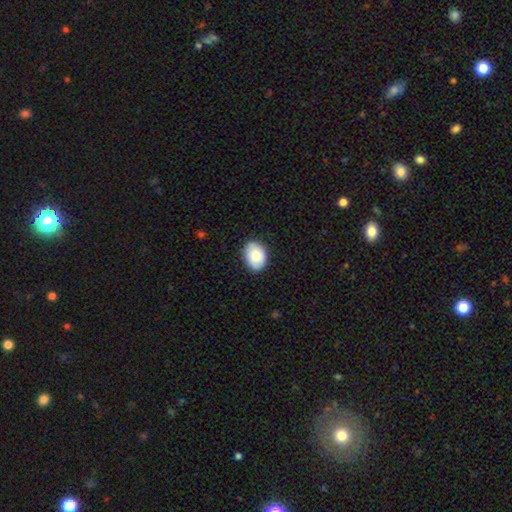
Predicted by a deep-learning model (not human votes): The model was most divided on "how rounded": in between: 73%, round: 26%, cigar-shaped: 1%. More confident: smooth or featured — smooth (86%); merging — none (86%).